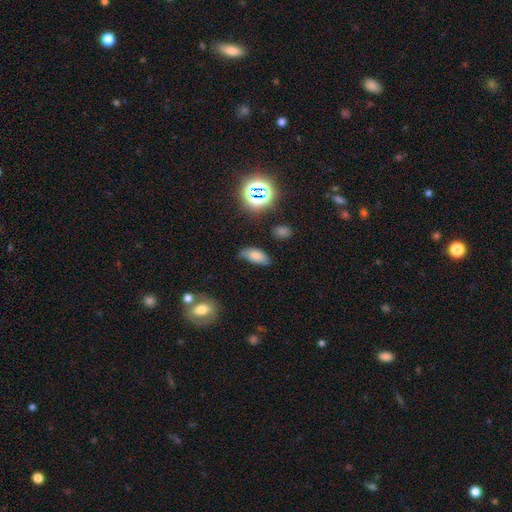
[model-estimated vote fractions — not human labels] A smooth galaxy with no disk features (75%) that is in between round and cigar-shaped (88%). Merging: none (67%).